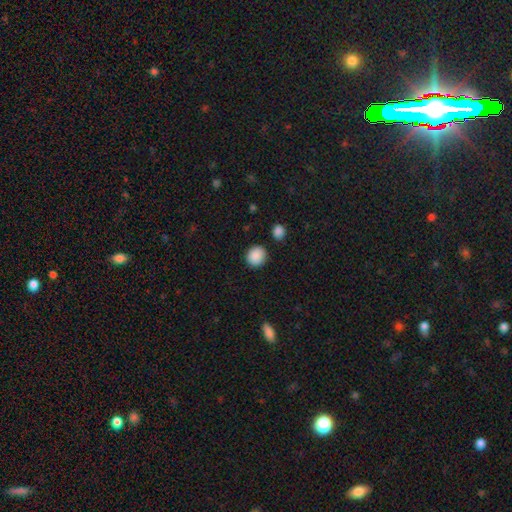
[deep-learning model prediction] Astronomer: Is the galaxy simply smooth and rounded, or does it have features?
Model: smooth — 89%.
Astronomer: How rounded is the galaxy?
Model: round — 84%.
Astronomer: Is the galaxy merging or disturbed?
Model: none — 87%.